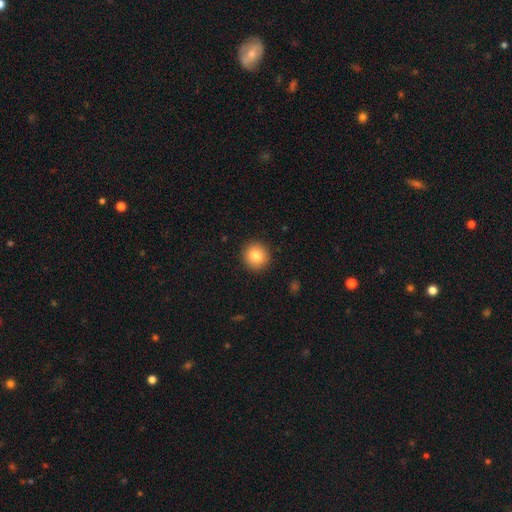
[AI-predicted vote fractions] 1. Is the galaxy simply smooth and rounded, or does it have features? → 83% smooth, 9% star or artifact, 8% featured or disk.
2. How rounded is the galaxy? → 90% round, 9% in between, 1% cigar-shaped.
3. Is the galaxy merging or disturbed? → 91% none, 6% minor disturbance, 2% major disturbance, 1% merger.